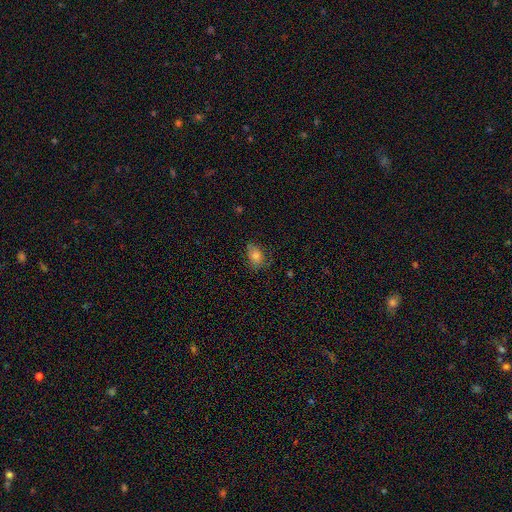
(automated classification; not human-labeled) Overall: smooth (75%). How rounded: in between (68%; round 31%). Merging: none (62%; minor disturbance 26%).